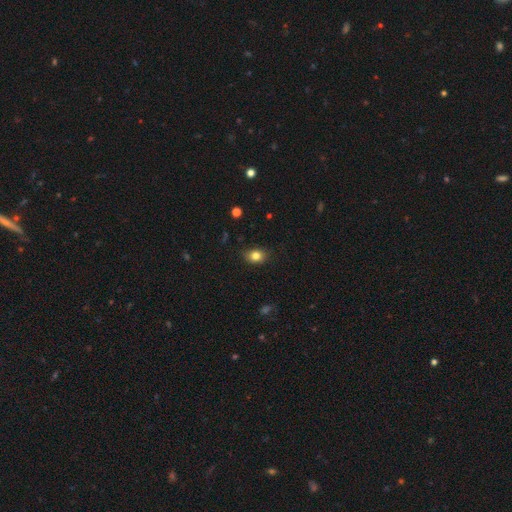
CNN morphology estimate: Overall: smooth (82%). How rounded: in between (59%; round 40%). Merging: none (83%).